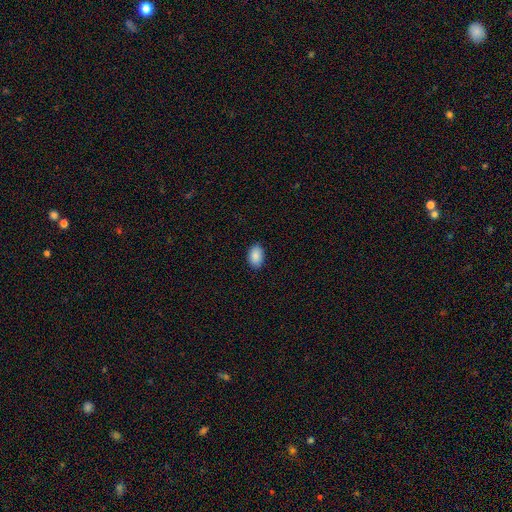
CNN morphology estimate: This appears to be a smooth galaxy with no disk features (89%) that is in between round and cigar-shaped (88%). Merging: none (88%).